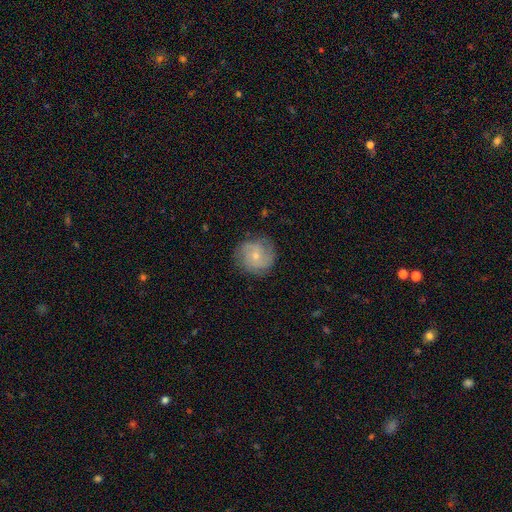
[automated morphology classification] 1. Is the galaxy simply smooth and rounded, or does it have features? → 58% featured or disk, 35% smooth, 7% star or artifact.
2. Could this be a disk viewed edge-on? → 98% no, 2% yes.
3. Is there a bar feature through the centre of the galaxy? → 74% no, 22% weak, 3% strong.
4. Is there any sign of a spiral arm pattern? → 87% yes, 13% no.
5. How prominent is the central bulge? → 65% small, 31% moderate, 2% none, 1% large, 1% dominant.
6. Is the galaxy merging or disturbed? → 78% none, 16% minor disturbance, 5% major disturbance, 1% merger.